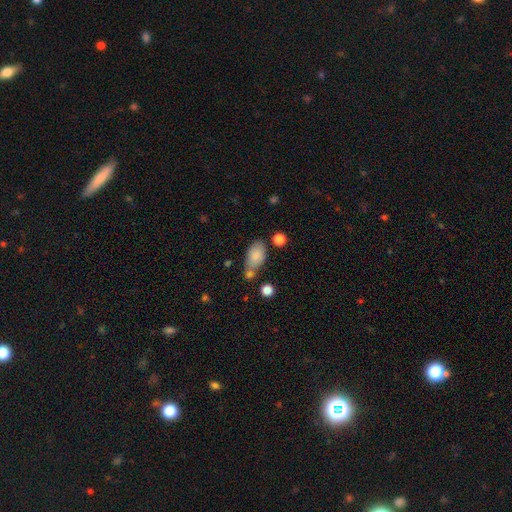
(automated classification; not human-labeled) Smooth or featured? smooth (83%)
How rounded? in between (90%)
Merging? none (52%)